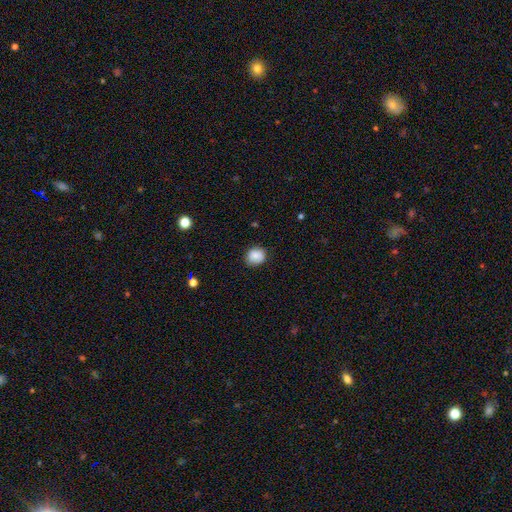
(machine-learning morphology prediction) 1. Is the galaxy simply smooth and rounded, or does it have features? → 86% smooth, 8% star or artifact, 5% featured or disk.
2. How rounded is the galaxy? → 74% round, 25% in between, 1% cigar-shaped.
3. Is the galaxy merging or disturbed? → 84% none, 13% minor disturbance, 3% major disturbance, 1% merger.